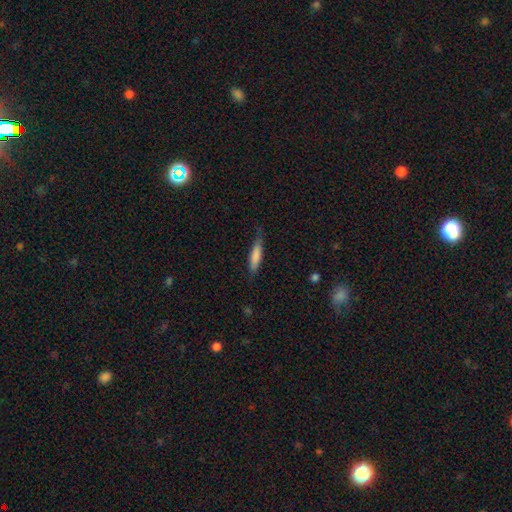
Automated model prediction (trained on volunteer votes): smooth_or_featured: smooth (p=0.80) [alt: featured or disk p=0.14]
how_rounded: cigar-shaped (p=0.76) [alt: in between p=0.22]
merging: none (p=0.73) [alt: minor disturbance p=0.21]